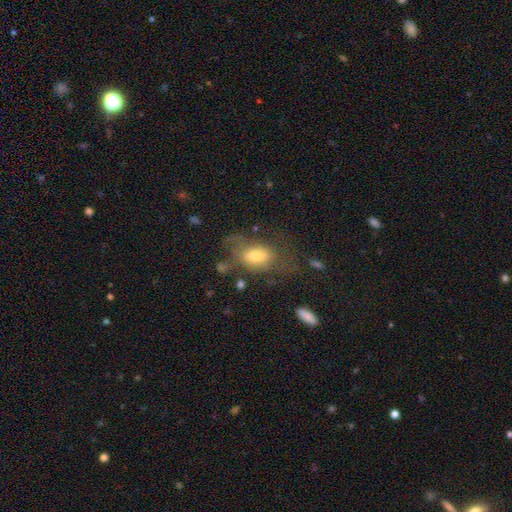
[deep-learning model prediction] A smooth galaxy with no disk features (55%) that is in between round and cigar-shaped (83%). Merging: none (41%).